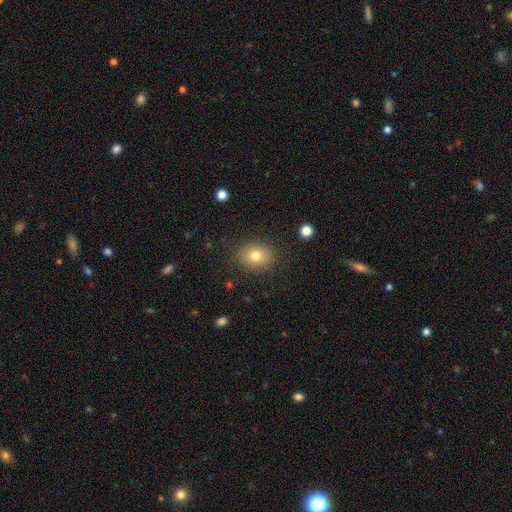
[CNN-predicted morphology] type=smooth (77%); roundness=in between (51%); merging=none (86%).